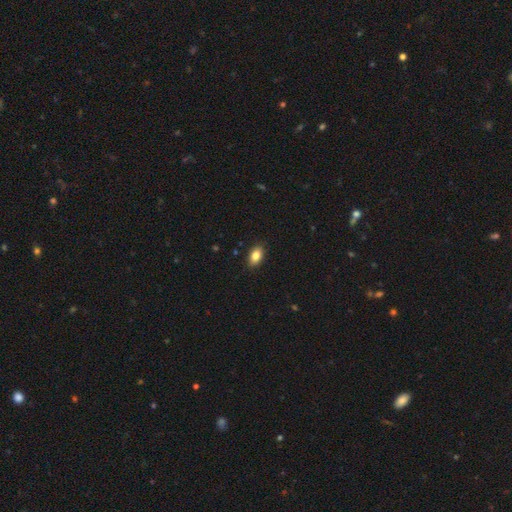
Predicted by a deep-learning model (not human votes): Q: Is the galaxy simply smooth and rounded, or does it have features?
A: smooth — 85%.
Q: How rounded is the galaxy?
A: in between — 91%.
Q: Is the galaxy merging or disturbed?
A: none — 89%.